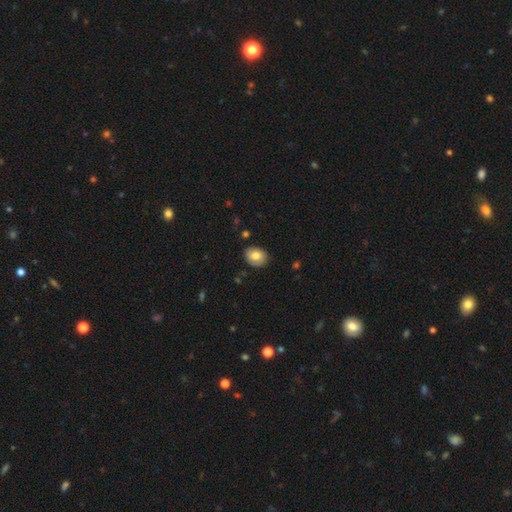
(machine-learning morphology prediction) Smooth or featured? Predicted: smooth (p=0.74). How rounded? Predicted: in between (p=0.56). Merging? Predicted: none (p=0.80).